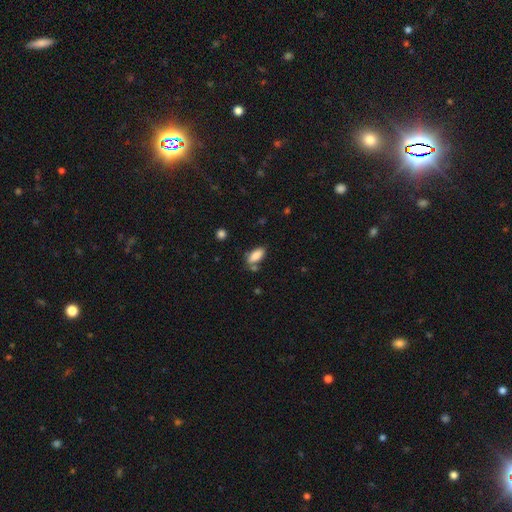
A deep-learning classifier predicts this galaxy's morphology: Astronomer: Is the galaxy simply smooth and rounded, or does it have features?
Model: smooth — 85%.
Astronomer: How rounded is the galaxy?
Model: in between — 87%.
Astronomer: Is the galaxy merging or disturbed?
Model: none — 65%.